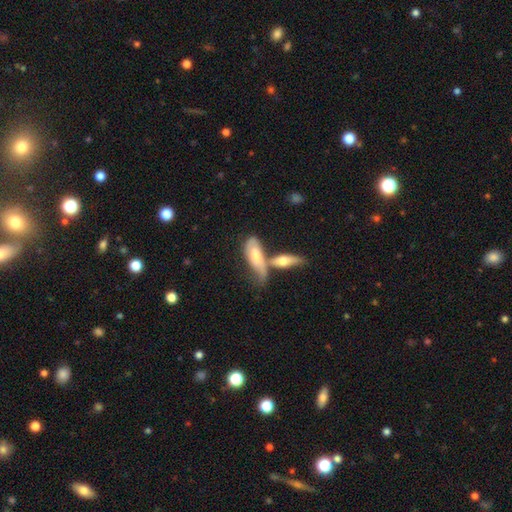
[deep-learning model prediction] Smooth or featured: smooth — 58% (featured or disk — 37%)
How rounded: in between — 68% (cigar-shaped — 30%)
Merging: merger — 54% (none — 23%)